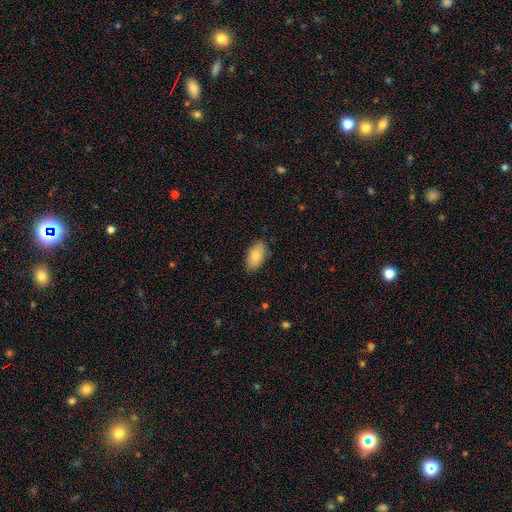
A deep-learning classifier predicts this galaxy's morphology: Smooth or featured: smooth — 84% (featured or disk — 9%)
How rounded: in between — 94% (round — 3%)
Merging: none — 85% (minor disturbance — 11%)